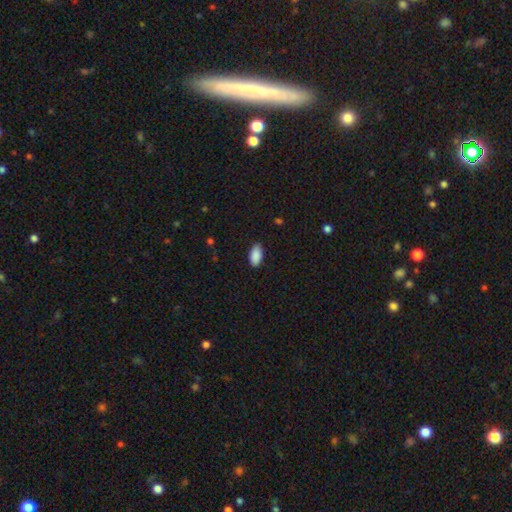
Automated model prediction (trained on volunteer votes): This appears to be a smooth galaxy with no disk features (90%) that is in between round and cigar-shaped (95%). Merging: none (86%).